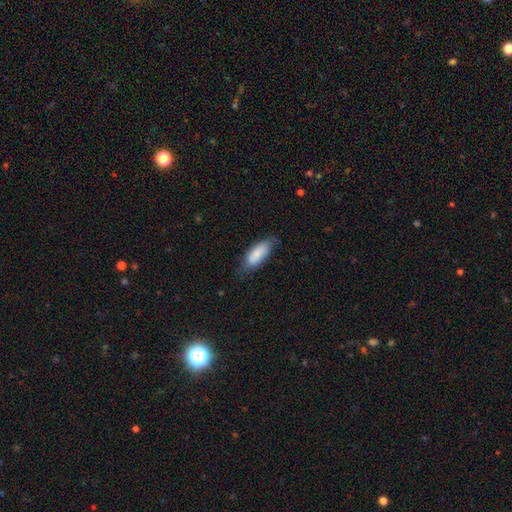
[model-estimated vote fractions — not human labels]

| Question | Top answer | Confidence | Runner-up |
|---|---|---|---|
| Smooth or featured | smooth | 79% | featured or disk (14%) |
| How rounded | in between | 82% | cigar-shaped (16%) |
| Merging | none | 64% | minor disturbance (28%) |